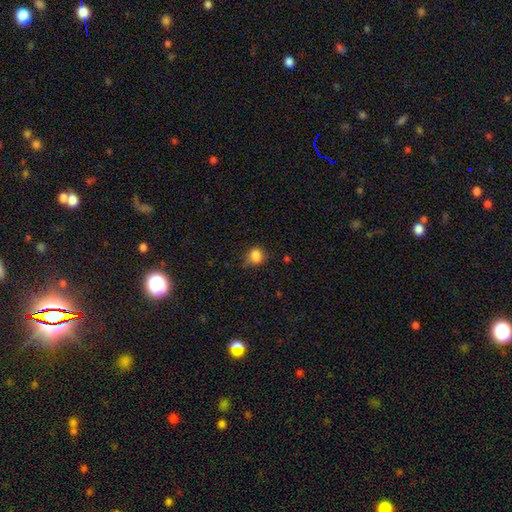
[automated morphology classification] Q: Smooth or featured?
A: smooth (83%); runner-up: star or artifact (11%)
Q: How rounded?
A: round (60%); runner-up: in between (39%)
Q: Merging?
A: none (56%); runner-up: minor disturbance (32%)